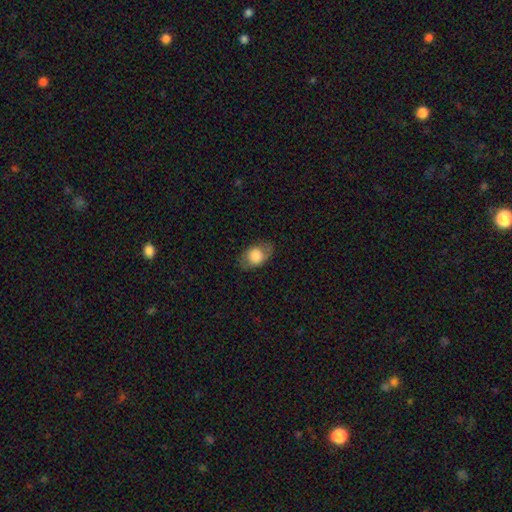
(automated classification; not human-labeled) The model was most divided on "smooth or featured": smooth: 72%, featured or disk: 21%, star or artifact: 7%. More confident: how rounded — in between (77%); merging — none (74%).